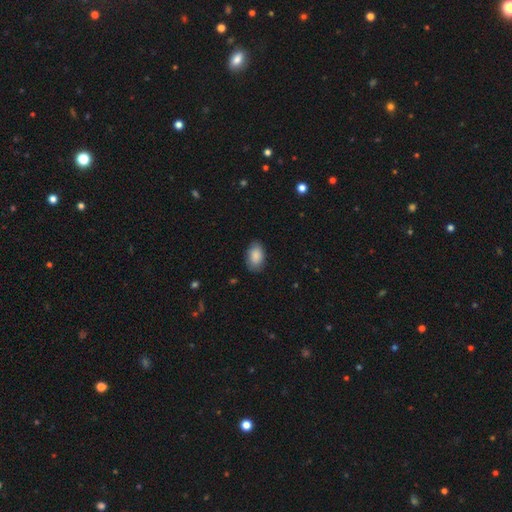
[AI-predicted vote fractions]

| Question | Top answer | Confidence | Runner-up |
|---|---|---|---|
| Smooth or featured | smooth | 88% | star or artifact (6%) |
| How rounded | in between | 91% | round (7%) |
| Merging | none | 84% | minor disturbance (13%) |